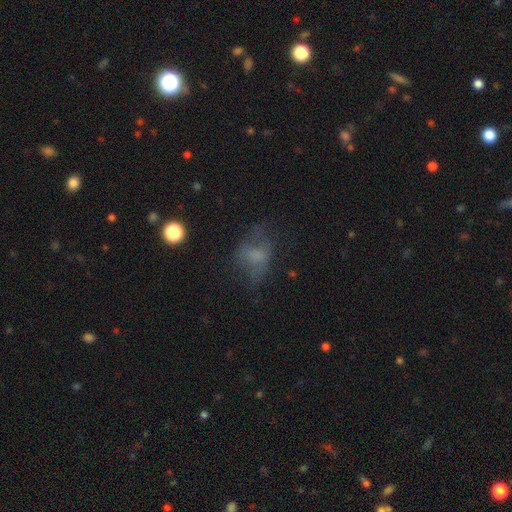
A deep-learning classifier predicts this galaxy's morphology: Smooth or featured: smooth — 50% (featured or disk — 32%)
How rounded: in between — 70% (round — 28%)
Merging: none — 46% (major disturbance — 28%)